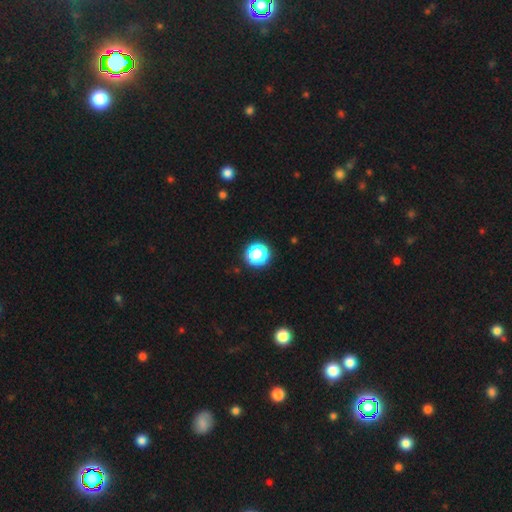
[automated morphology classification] The model was most divided on "smooth or featured": smooth: 70%, star or artifact: 23%, featured or disk: 7%. More confident: how rounded — round (89%); merging — none (85%).